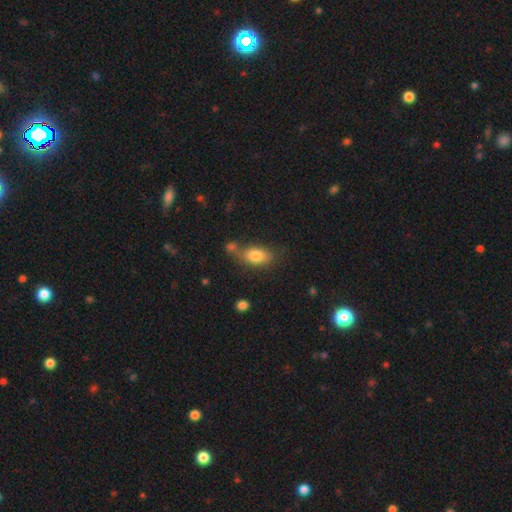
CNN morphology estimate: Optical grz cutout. It shows a smooth galaxy with no disk features (80%) that is in between round and cigar-shaped (88%). Merging: none (55%).